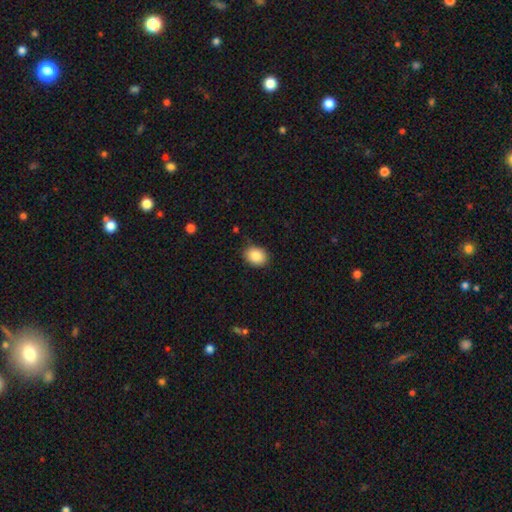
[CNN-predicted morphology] Smooth or featured? smooth (87%)
How rounded? in between (60%)
Merging? none (83%)